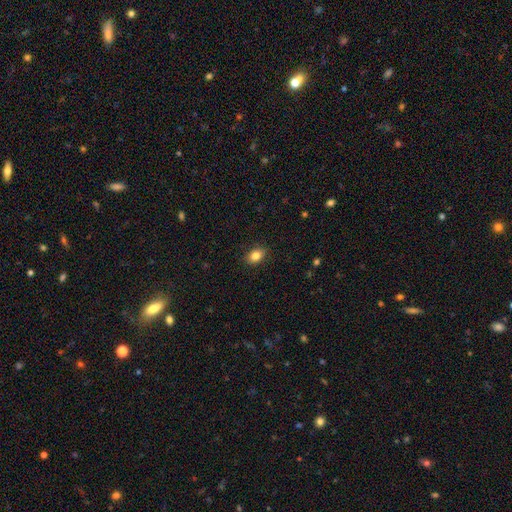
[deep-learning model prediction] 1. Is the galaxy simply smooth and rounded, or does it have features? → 84% smooth, 9% star or artifact, 7% featured or disk.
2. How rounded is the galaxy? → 78% in between, 21% round, 1% cigar-shaped.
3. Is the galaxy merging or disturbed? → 88% none, 9% minor disturbance, 2% major disturbance, 1% merger.